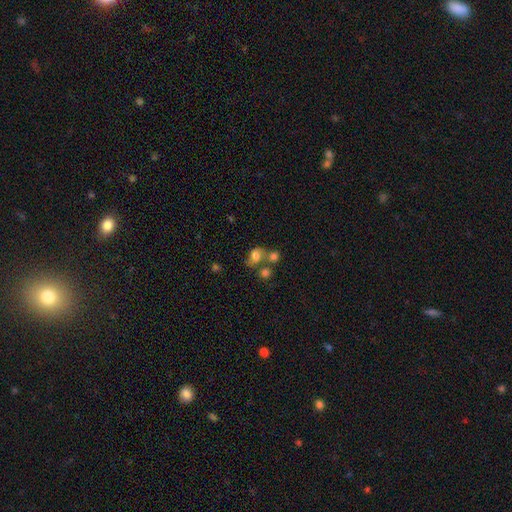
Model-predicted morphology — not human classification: smooth-or-featured: smooth: 67% | featured or disk: 19% | star or artifact: 15%
  how-rounded: in between: 54% | round: 44% | cigar-shaped: 2%
  merging: merger: 36% | none: 35% | minor disturbance: 16% | major disturbance: 13%